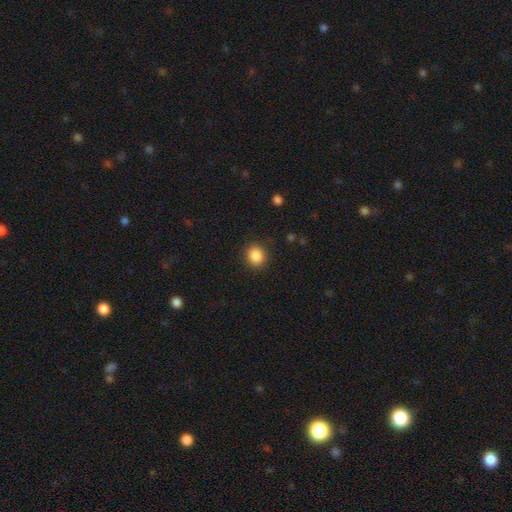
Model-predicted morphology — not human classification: type=smooth (87%); roundness=round (80%); merging=none (90%).